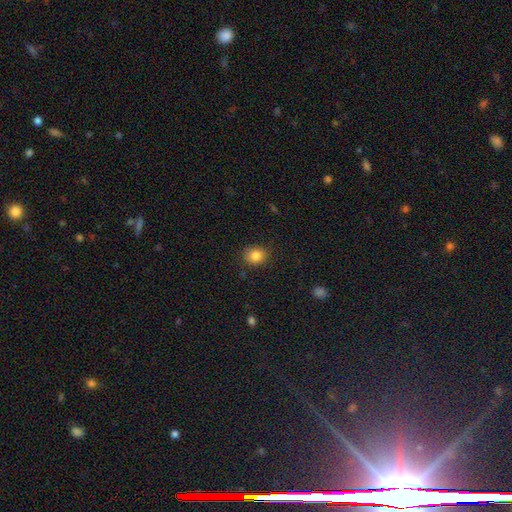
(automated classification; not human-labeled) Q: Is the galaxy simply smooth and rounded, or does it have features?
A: smooth — 84%.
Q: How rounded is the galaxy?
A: round — 68%.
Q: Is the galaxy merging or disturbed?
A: none — 85%.